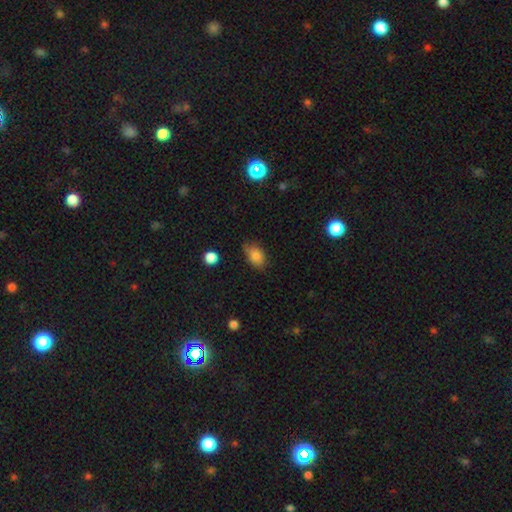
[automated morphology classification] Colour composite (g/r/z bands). It shows a smooth galaxy with no disk features (82%) that is in between round and cigar-shaped (81%). Merging: none (62%).